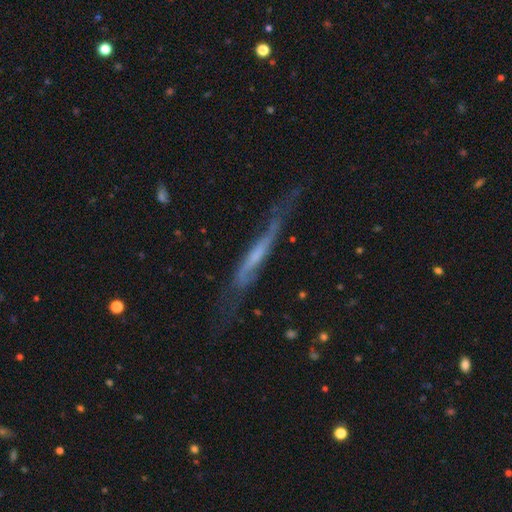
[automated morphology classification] Smooth or featured? featured or disk (65%)
Edge-on disk? yes (72%)
Merging? none (50%)